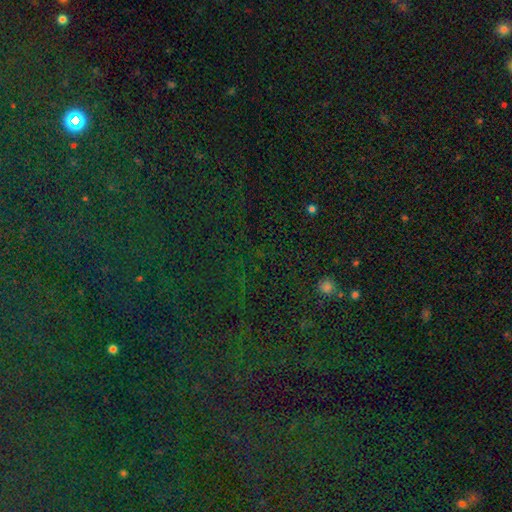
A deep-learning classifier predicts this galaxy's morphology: A star or artifact, not a galaxy (83%).

Vote fractions:
- Smooth or featured? star or artifact: 83% / smooth: 10% / featured or disk: 7%